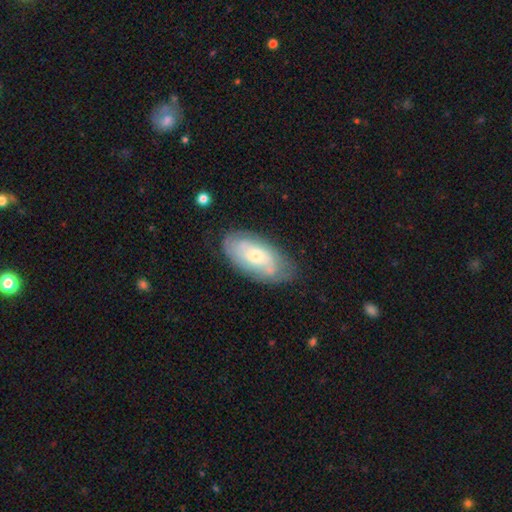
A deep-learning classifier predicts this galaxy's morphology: A featured or disk galaxy (56%) with no bar (76%), spiral arms (69%) and a moderate central bulge (48%).

Vote fractions:
- Smooth or featured? featured or disk: 56% / smooth: 37% / star or artifact: 6%
- Edge-on disk? no: 91% / yes: 9%
- Bar? no: 76% / weak: 20% / strong: 4%
- Spiral arms? yes: 69% / no: 31%
- Bulge size? moderate: 48% / small: 46% / large: 4% / none: 1% / dominant: 1%
- Merging? none: 71% / minor disturbance: 21% / major disturbance: 6% / merger: 2%